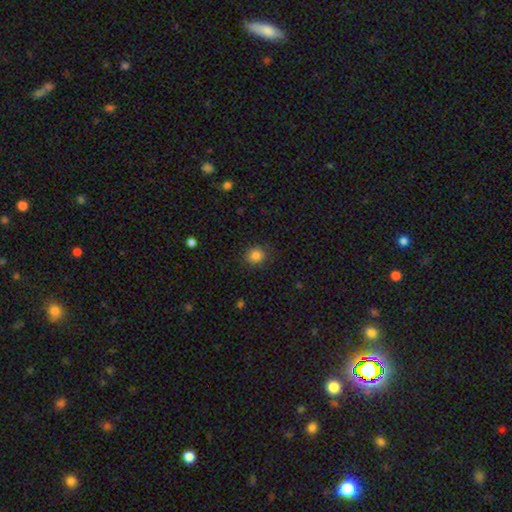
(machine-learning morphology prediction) Q: Smooth or featured?
A: smooth (85%); runner-up: star or artifact (11%)
Q: How rounded?
A: round (82%); runner-up: in between (17%)
Q: Merging?
A: none (88%); runner-up: minor disturbance (9%)